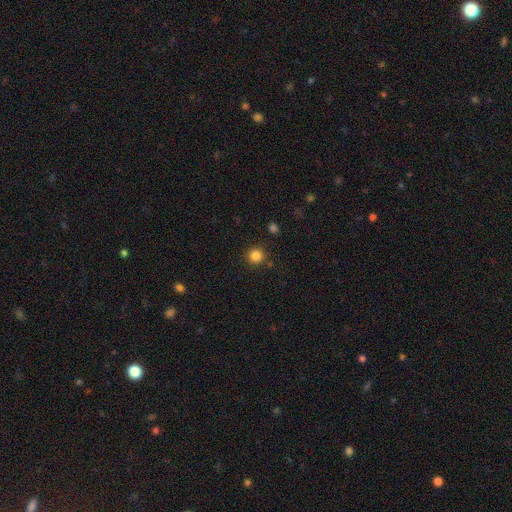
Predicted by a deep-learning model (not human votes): The model was most divided on "smooth or featured": smooth: 84%, star or artifact: 12%, featured or disk: 4%. More confident: how rounded — round (94%); merging — none (89%).